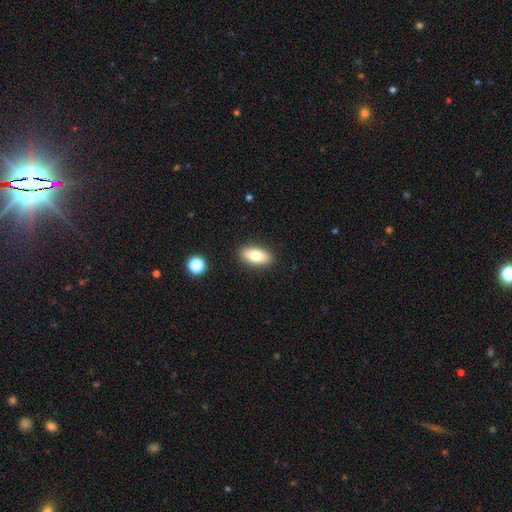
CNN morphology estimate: The model was most divided on "smooth or featured": smooth: 76%, featured or disk: 16%, star or artifact: 7%. More confident: merging — none (89%); how rounded — in between (87%).